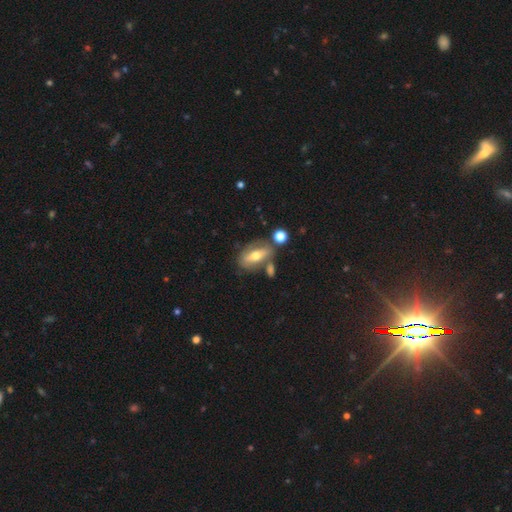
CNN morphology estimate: This is possibly a featured or disk galaxy (48%). Merging: possibly none (59%).